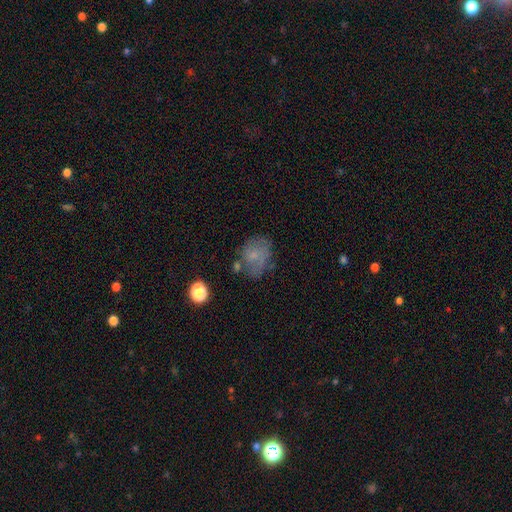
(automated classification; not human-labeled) Overall: smooth (60%; featured or disk 28%). How rounded: in between (58%; round 41%). Merging: none (49%; minor disturbance 26%).